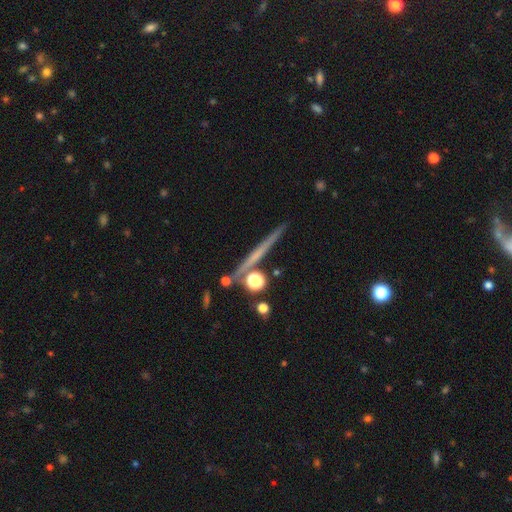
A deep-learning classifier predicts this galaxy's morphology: This is possibly a featured or disk galaxy (54%). It is clearly viewed edge-on (96%). Edge-on bulge: clearly none (83%). Merging: clearly none (84%).